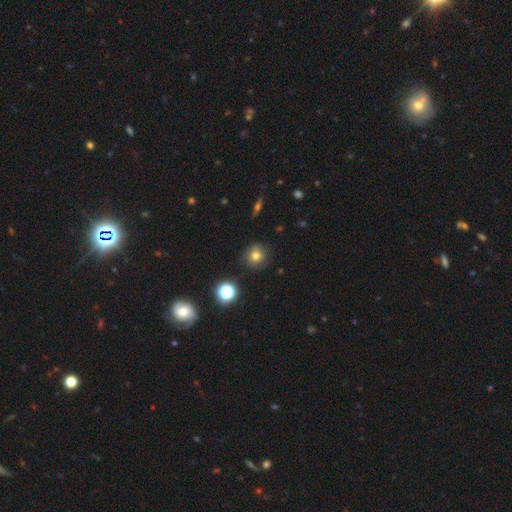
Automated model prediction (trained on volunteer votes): A smooth galaxy with no disk features (68%) that is round (91%).

Vote fractions:
- Smooth or featured? smooth: 68% / star or artifact: 19% / featured or disk: 13%
- How rounded? round: 91% / in between: 8% / cigar-shaped: 1%
- Merging? none: 83% / minor disturbance: 11% / major disturbance: 4% / merger: 2%